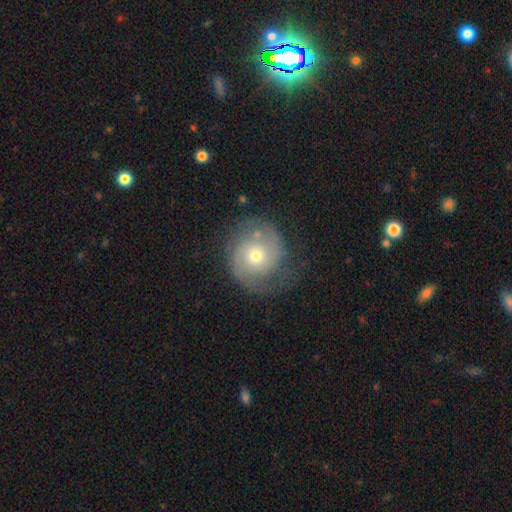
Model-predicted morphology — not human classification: featured or disk 74%, smooth 19%, star or artifact 7%. Down the decision tree: edge-on disk — no (98%); bar — no (73%); spiral arms — yes (92%); spiral arm count — 2 (81%); spiral winding — tight (43%); bulge size — moderate (53%); merging — none (67%).